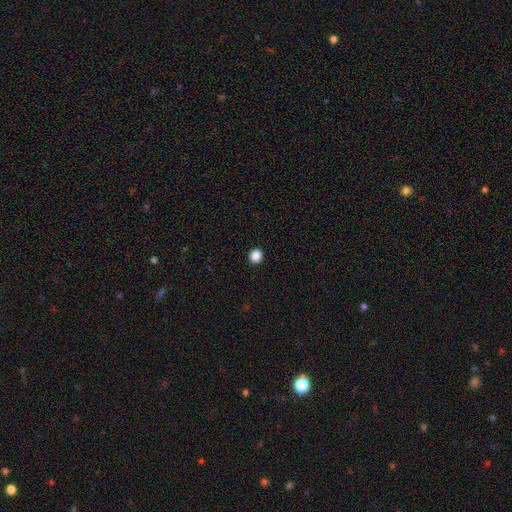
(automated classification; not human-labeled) Smooth or featured?
  - smooth: 87% *
  - star or artifact: 10%
  - featured or disk: 2%
How rounded?
  - round: 81% *
  - in between: 18%
  - cigar-shaped: 1%
Merging?
  - none: 93% *
  - minor disturbance: 5%
  - major disturbance: 2%
  - merger: 1%